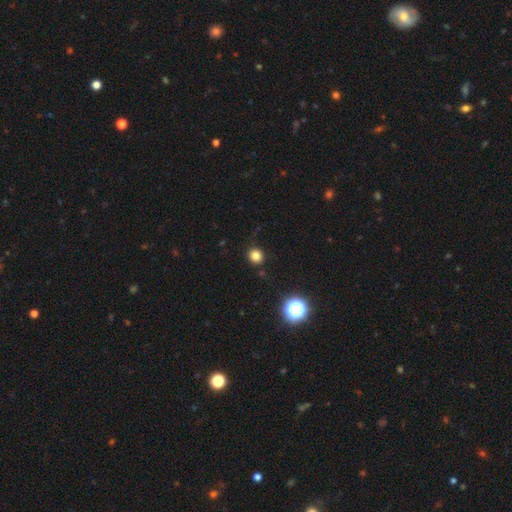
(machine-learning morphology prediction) This is clearly a smooth galaxy (81%). How rounded: clearly round (85%). Merging: clearly none (89%).